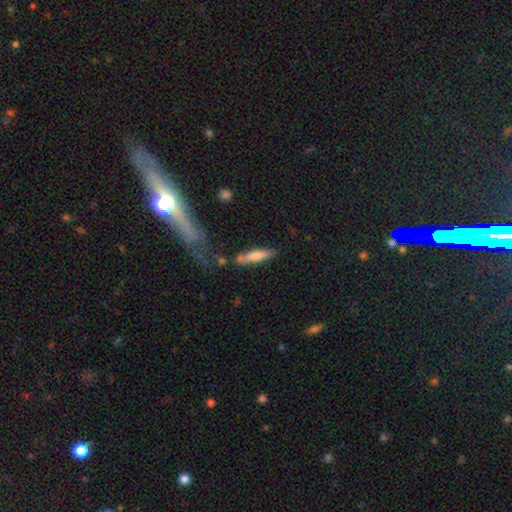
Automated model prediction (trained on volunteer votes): smooth-or-featured: smooth: 63% | featured or disk: 30% | star or artifact: 7%
  how-rounded: cigar-shaped: 77% | in between: 22% | round: 2%
  merging: none: 63% | minor disturbance: 18% | merger: 11% | major disturbance: 7%